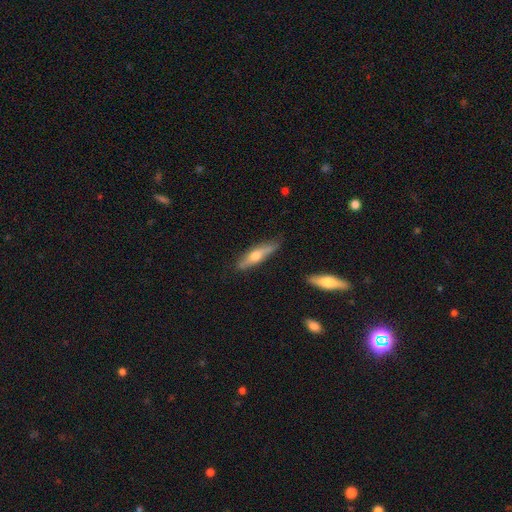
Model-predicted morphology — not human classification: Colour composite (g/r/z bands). It shows a featured or disk galaxy (48%). Merging: none (80%).